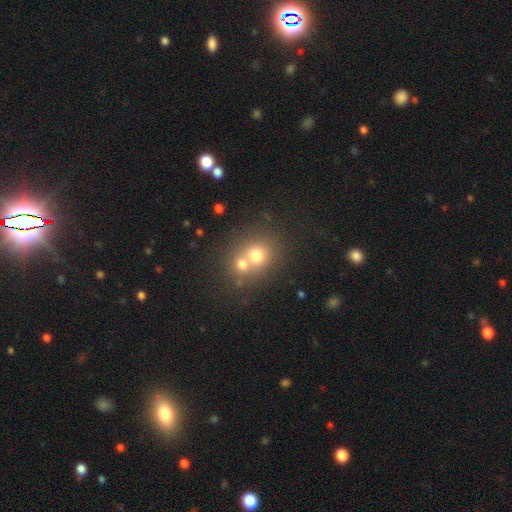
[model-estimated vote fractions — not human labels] Smooth or featured? smooth (69%)
How rounded? round (79%)
Merging? merger (58%)